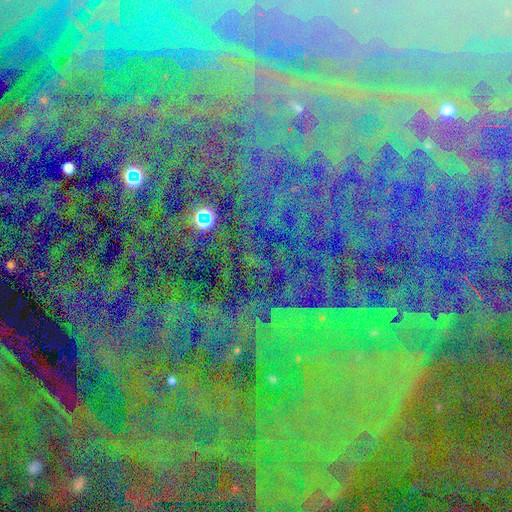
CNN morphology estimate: smooth-or-featured: star or artifact: 84% | featured or disk: 8% | smooth: 8%